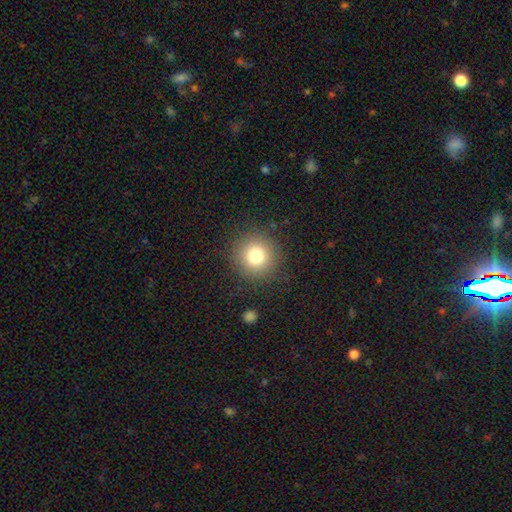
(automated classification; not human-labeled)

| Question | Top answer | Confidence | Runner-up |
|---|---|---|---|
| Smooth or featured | smooth | 79% | star or artifact (12%) |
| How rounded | round | 94% | in between (5%) |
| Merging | none | 89% | minor disturbance (7%) |